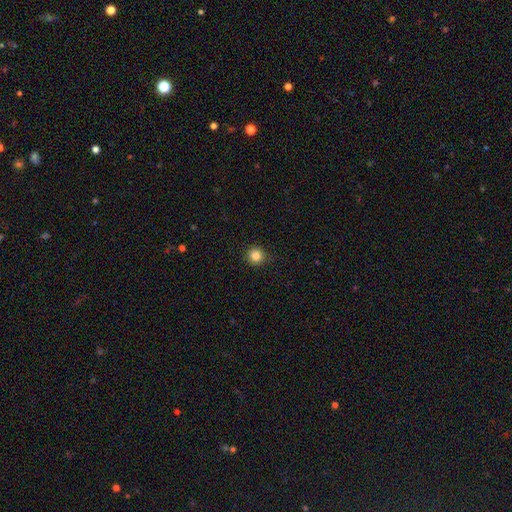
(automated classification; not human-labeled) This is clearly a smooth galaxy (84%). How rounded: clearly round (95%). Merging: clearly none (91%).